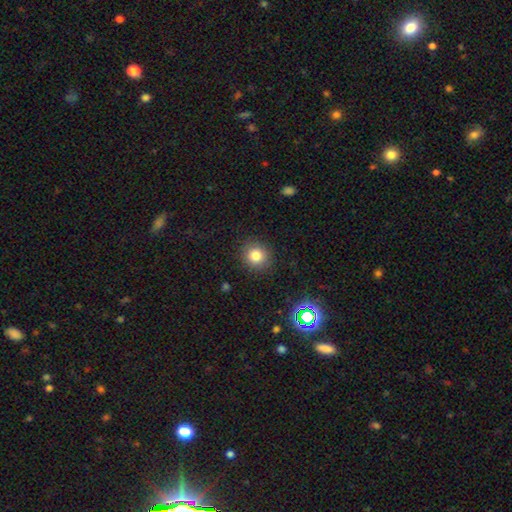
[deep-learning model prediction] Q: Smooth or featured?
A: smooth (80%); runner-up: star or artifact (13%)
Q: How rounded?
A: round (87%); runner-up: in between (12%)
Q: Merging?
A: none (89%); runner-up: minor disturbance (7%)